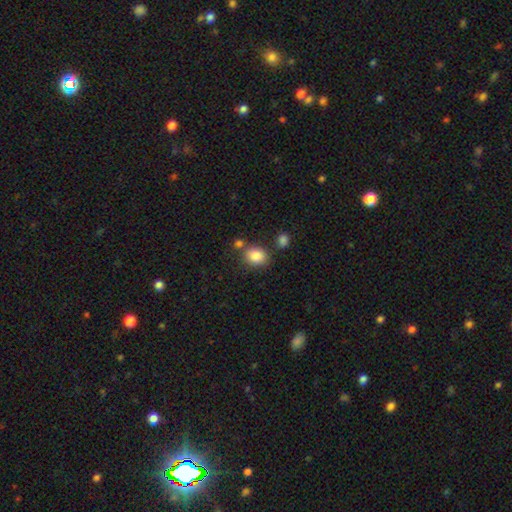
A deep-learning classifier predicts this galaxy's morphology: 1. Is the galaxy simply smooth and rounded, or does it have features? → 85% smooth, 9% star or artifact, 6% featured or disk.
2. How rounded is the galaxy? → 54% round, 45% in between, 1% cigar-shaped.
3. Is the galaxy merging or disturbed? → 70% none, 13% merger, 13% minor disturbance, 4% major disturbance.